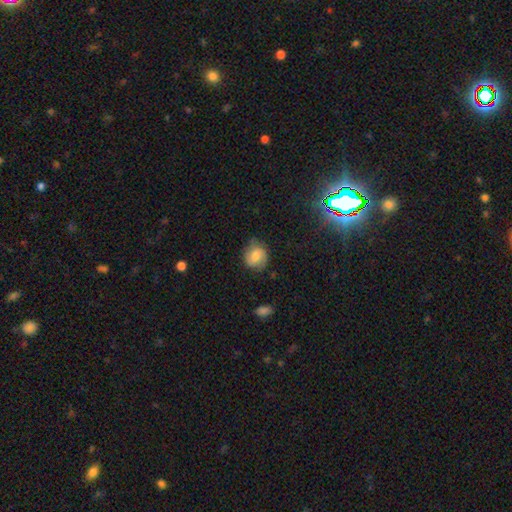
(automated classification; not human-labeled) Overall: smooth (64%; featured or disk 27%). How rounded: round (79%). Merging: none (69%).